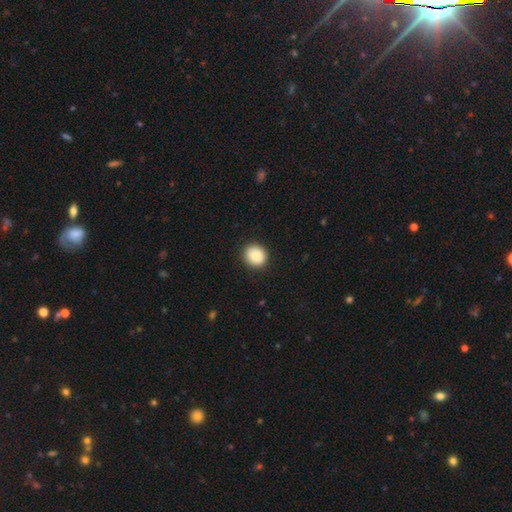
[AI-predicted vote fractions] Overall: smooth (89%). How rounded: round (77%). Merging: none (90%).